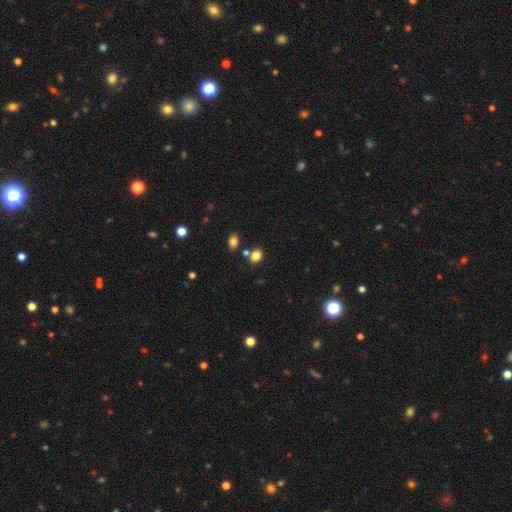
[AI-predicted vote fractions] Smooth or featured? smooth (81%)
How rounded? in between (52%)
Merging? none (67%)